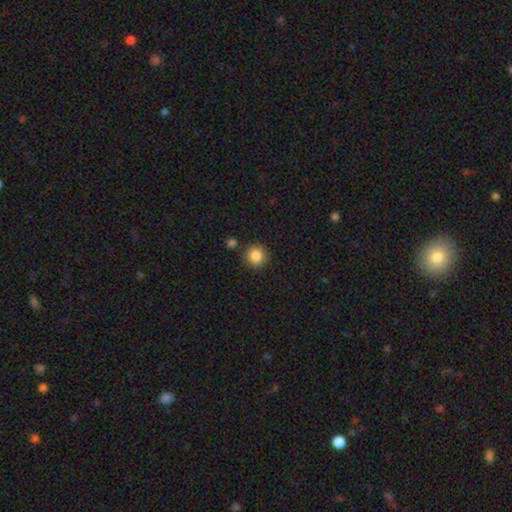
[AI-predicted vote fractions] Smooth or featured?
  - smooth: 86% *
  - star or artifact: 9%
  - featured or disk: 5%
How rounded?
  - round: 88% *
  - in between: 11%
  - cigar-shaped: 1%
Merging?
  - none: 85% *
  - minor disturbance: 9%
  - merger: 4%
  - major disturbance: 2%